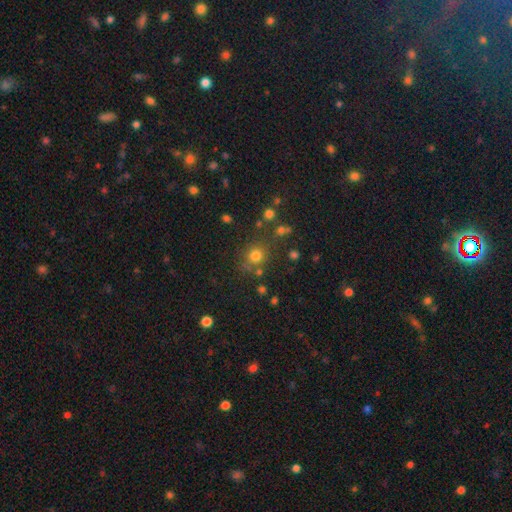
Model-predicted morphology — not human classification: Smooth or featured? smooth (75%)
How rounded? round (88%)
Merging? none (74%)